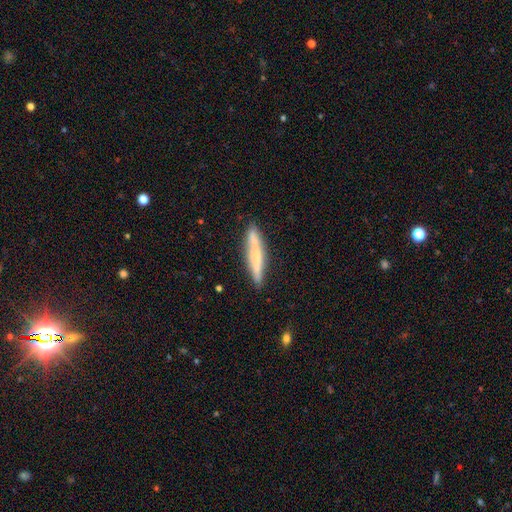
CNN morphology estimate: Q: Smooth or featured?
A: smooth (56%); runner-up: featured or disk (38%)
Q: How rounded?
A: cigar-shaped (92%); runner-up: in between (6%)
Q: Merging?
A: none (82%); runner-up: minor disturbance (13%)